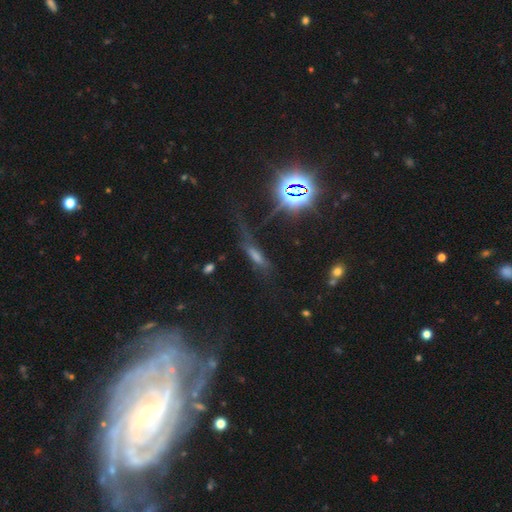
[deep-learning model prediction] smooth-or-featured: star or artifact: 39% | smooth: 31% | featured or disk: 30%